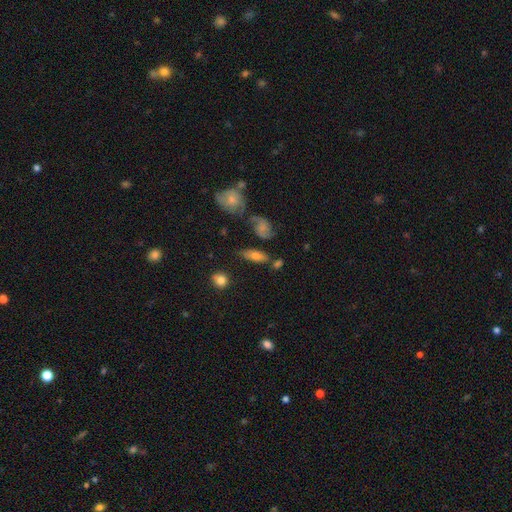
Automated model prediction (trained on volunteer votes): smooth 63%, featured or disk 25%, star or artifact 12%. Down the decision tree: how rounded — in between (70%); merging — none (61%).